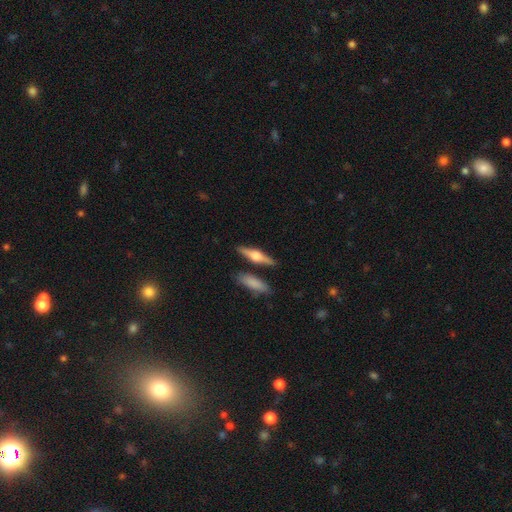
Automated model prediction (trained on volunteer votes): Smooth or featured? Predicted: featured or disk (p=0.67). Edge-on disk? Predicted: yes (p=0.97). Edge-on bulge? Predicted: rounded (p=0.92). Merging? Predicted: none (p=0.83).